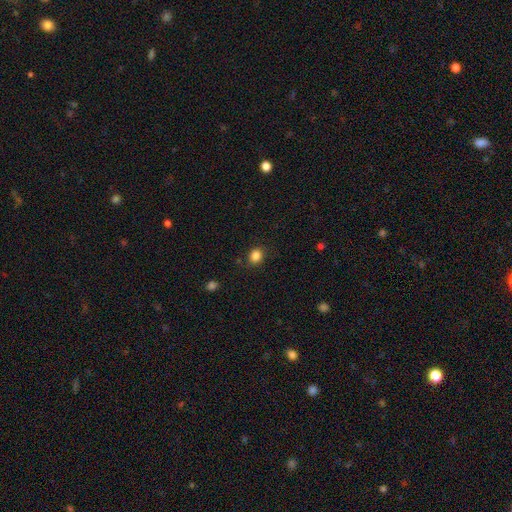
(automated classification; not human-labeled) Q: Smooth or featured?
A: smooth (85%); runner-up: star or artifact (11%)
Q: How rounded?
A: round (72%); runner-up: in between (27%)
Q: Merging?
A: none (85%); runner-up: minor disturbance (10%)